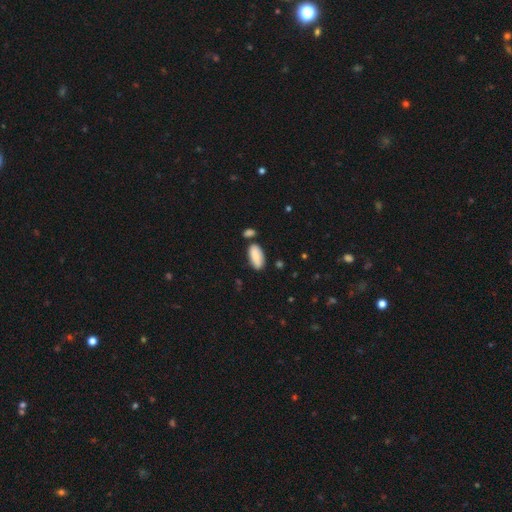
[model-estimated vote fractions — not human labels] Smooth or featured? smooth (85%)
How rounded? in between (90%)
Merging? none (73%)